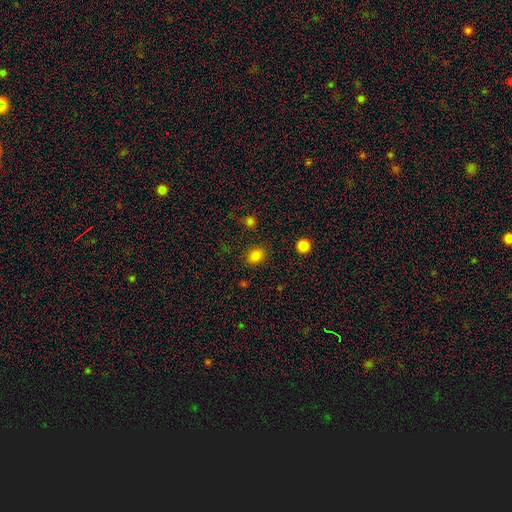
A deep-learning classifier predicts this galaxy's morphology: type=smooth (83%); roundness=round (60%); merging=none (86%).